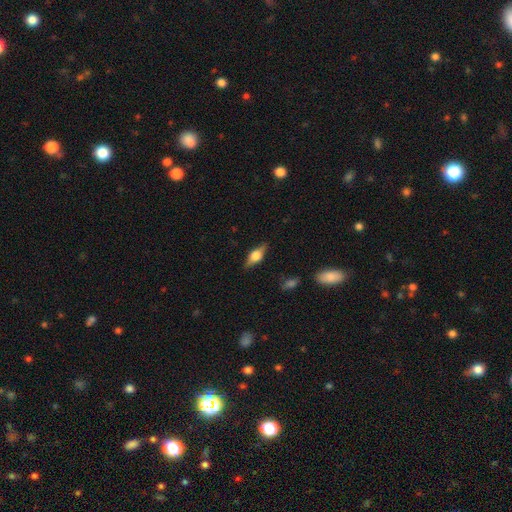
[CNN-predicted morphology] type=featured or disk (53%); edge-on=yes (93%); merging=none (84%).